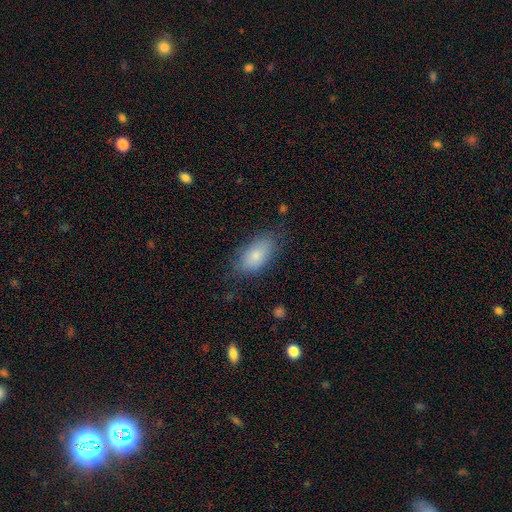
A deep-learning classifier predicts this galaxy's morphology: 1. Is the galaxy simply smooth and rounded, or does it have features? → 82% smooth, 11% featured or disk, 7% star or artifact.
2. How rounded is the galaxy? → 92% in between, 4% cigar-shaped, 4% round.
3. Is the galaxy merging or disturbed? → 77% none, 17% minor disturbance, 5% major disturbance, 1% merger.